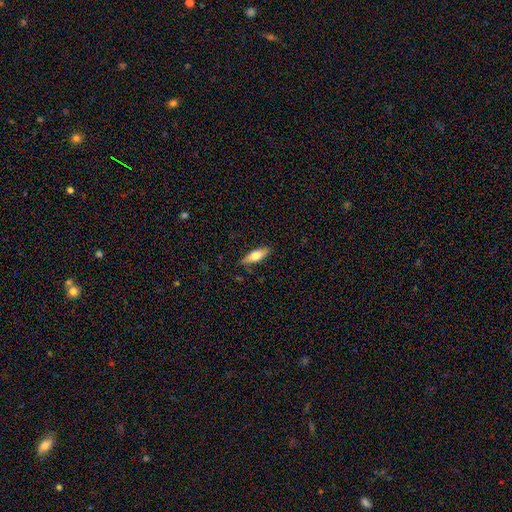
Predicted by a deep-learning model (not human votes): smooth_or_featured: smooth (p=0.66) [alt: featured or disk p=0.28]
how_rounded: in between (p=0.57) [alt: cigar-shaped p=0.41]
merging: none (p=0.83) [alt: minor disturbance p=0.13]